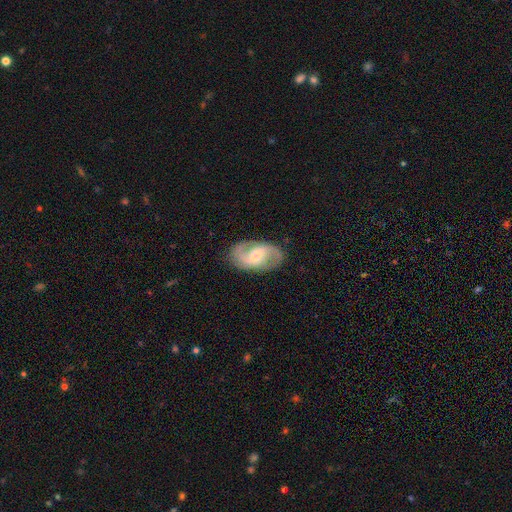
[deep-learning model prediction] Smooth or featured? featured or disk (82%)
Edge-on disk? no (97%)
Bar? weak (44%)
Spiral arms? yes (95%)
Spiral winding? medium (52%)
Spiral arm count? 2 (90%)
Bulge size? small (56%)
Merging? none (82%)